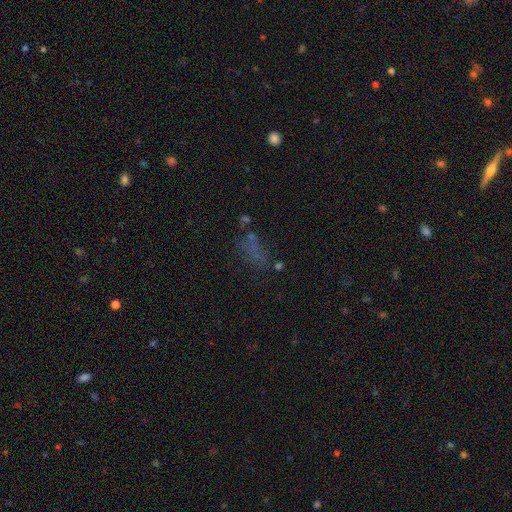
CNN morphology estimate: Q: Smooth or featured?
A: star or artifact (42%); runner-up: smooth (41%)